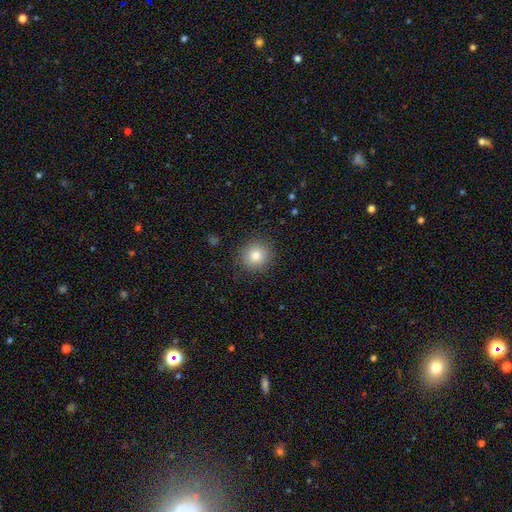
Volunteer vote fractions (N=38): Smooth or featured: smooth — 79% (featured or disk — 13%)
How rounded: round — 93% (in between — 7%)
Merging: none — 94% (minor disturbance — 6%)